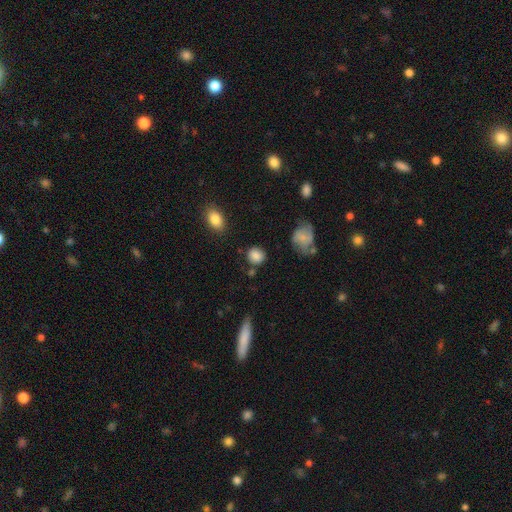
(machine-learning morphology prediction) smooth 85%, star or artifact 9%, featured or disk 6%. Down the decision tree: how rounded — round (77%); merging — none (79%).